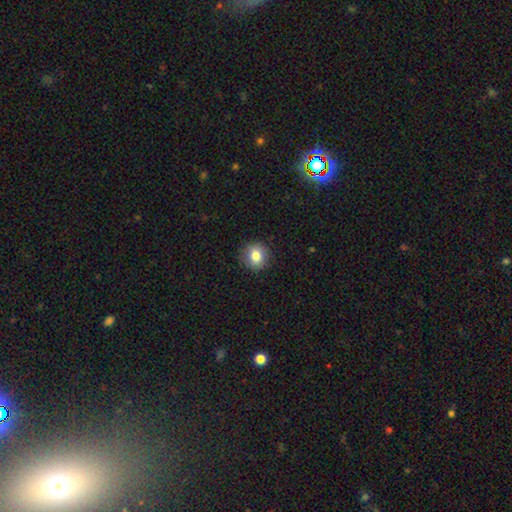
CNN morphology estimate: type=smooth (82%); roundness=round (86%); merging=none (88%).